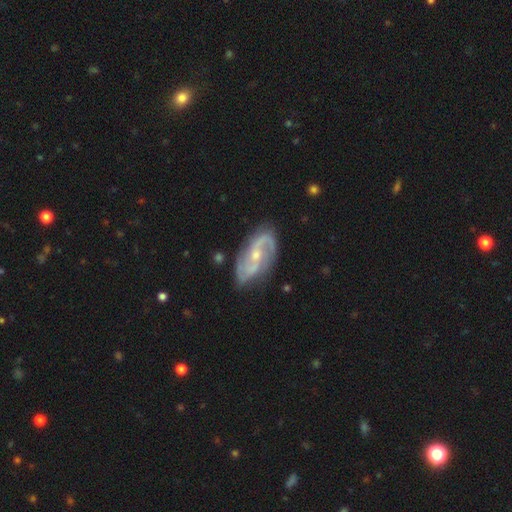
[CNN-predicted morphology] smooth-or-featured: featured or disk: 88% | smooth: 7% | star or artifact: 5%
  disk-edge-on: no: 96% | yes: 4%
    bar: no: 42% | weak: 41% | strong: 17%
    has-spiral-arms: yes: 97% | no: 3%
      spiral-winding: medium: 45% | loose: 37% | tight: 18%
      spiral-arm-count: 2: 86% | can't tell: 5% | 3: 4% | 1: 2% | 4: 1% | more than 4: 1%
    bulge-size: small: 61% | moderate: 36% | none: 2% | large: 1% | dominant: 1%
  merging: none: 76% | minor disturbance: 16% | major disturbance: 5% | merger: 2%